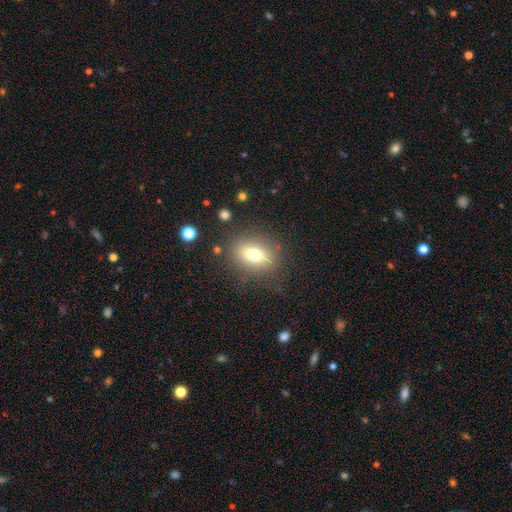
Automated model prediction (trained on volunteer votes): Smooth or featured? Predicted: smooth (p=0.60). How rounded? Predicted: in between (p=0.69). Merging? Predicted: none (p=0.84).